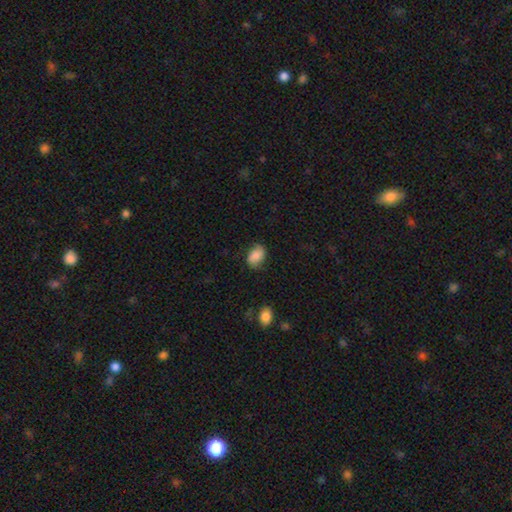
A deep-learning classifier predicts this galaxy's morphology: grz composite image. It shows a smooth galaxy with no disk features (82%) that is in between round and cigar-shaped (81%). Merging: none (73%).